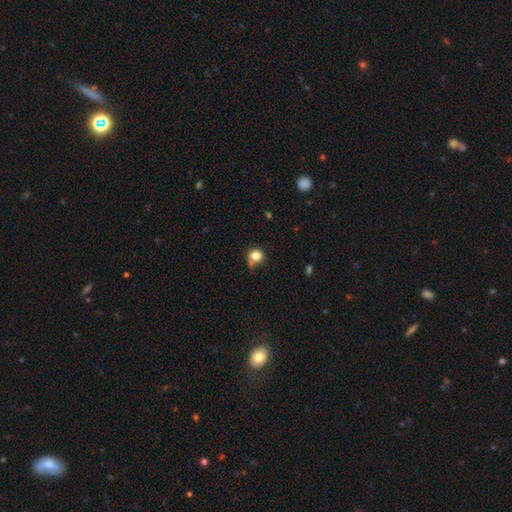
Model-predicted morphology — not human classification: smooth 81%, star or artifact 11%, featured or disk 7%. Down the decision tree: how rounded — round (87%); merging — none (57%).